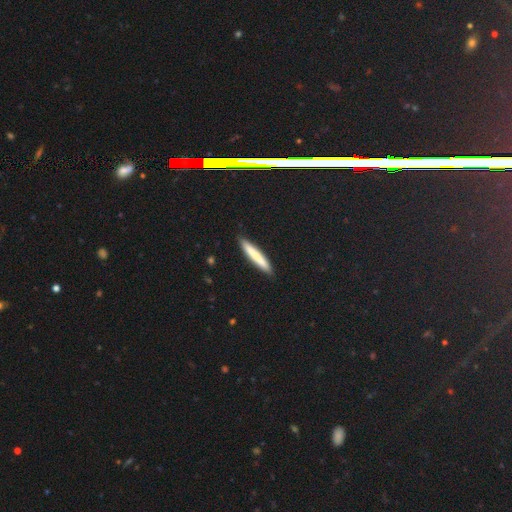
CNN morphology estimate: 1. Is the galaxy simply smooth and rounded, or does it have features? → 73% smooth, 22% featured or disk, 6% star or artifact.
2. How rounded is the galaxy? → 94% cigar-shaped, 5% in between, 1% round.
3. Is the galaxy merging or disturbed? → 90% none, 8% minor disturbance, 2% major disturbance, 1% merger.